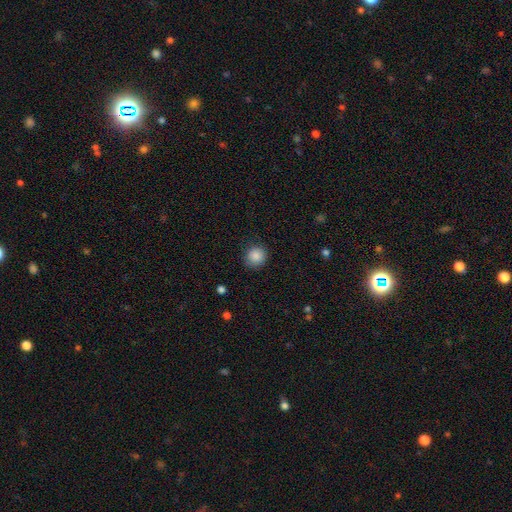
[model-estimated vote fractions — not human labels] Q: Smooth or featured?
A: smooth (87%); runner-up: star or artifact (9%)
Q: How rounded?
A: round (88%); runner-up: in between (11%)
Q: Merging?
A: none (84%); runner-up: minor disturbance (12%)